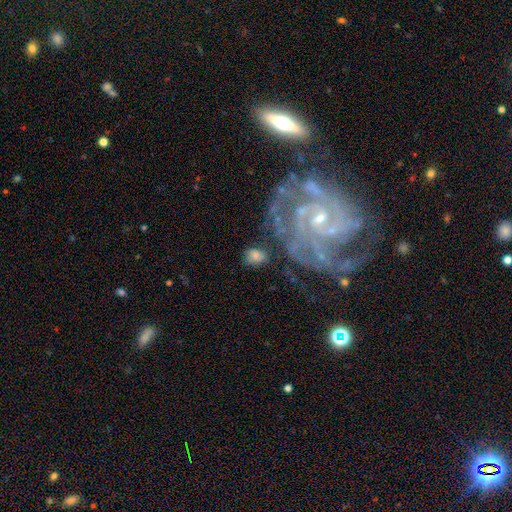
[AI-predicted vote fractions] Q: Smooth or featured?
A: smooth (59%); runner-up: featured or disk (32%)
Q: How rounded?
A: in between (62%); runner-up: round (36%)
Q: Merging?
A: none (64%); runner-up: minor disturbance (18%)